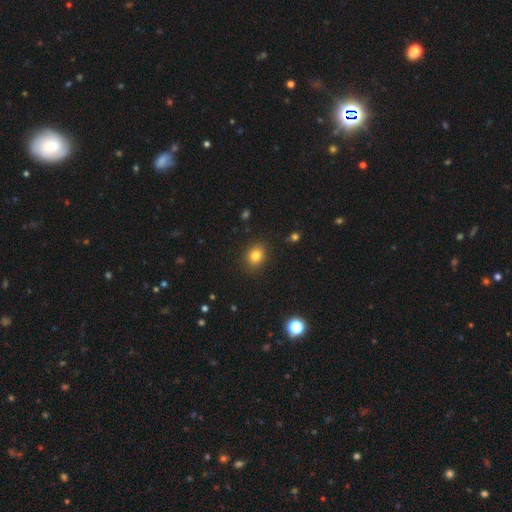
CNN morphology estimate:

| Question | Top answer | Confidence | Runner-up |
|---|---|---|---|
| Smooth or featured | smooth | 82% | star or artifact (12%) |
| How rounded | round | 54% | in between (45%) |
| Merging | none | 88% | minor disturbance (9%) |